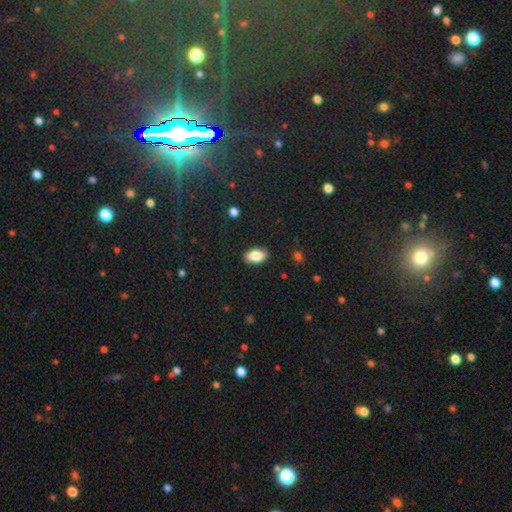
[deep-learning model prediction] Overall: smooth (85%). How rounded: in between (92%). Merging: none (88%).